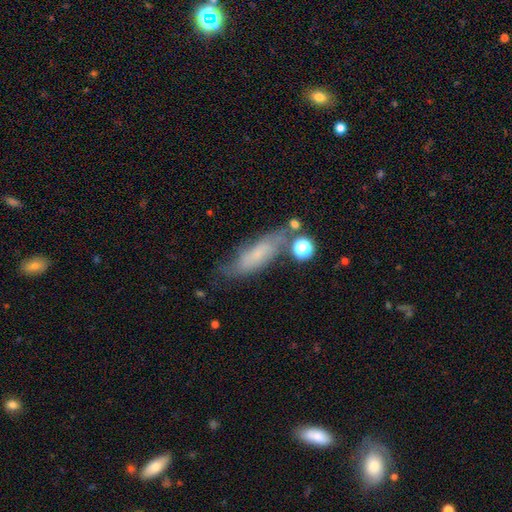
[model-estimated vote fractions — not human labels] smooth_or_featured: smooth (p=0.49) [alt: featured or disk p=0.40]
merging: none (p=0.54) [alt: minor disturbance p=0.25]